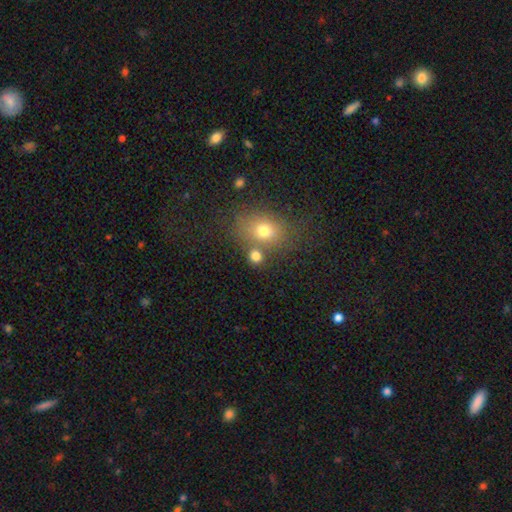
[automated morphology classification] smooth_or_featured: smooth (p=0.74) [alt: star or artifact p=0.15]
how_rounded: round (p=0.67) [alt: in between p=0.31]
merging: none (p=0.63) [alt: merger p=0.22]